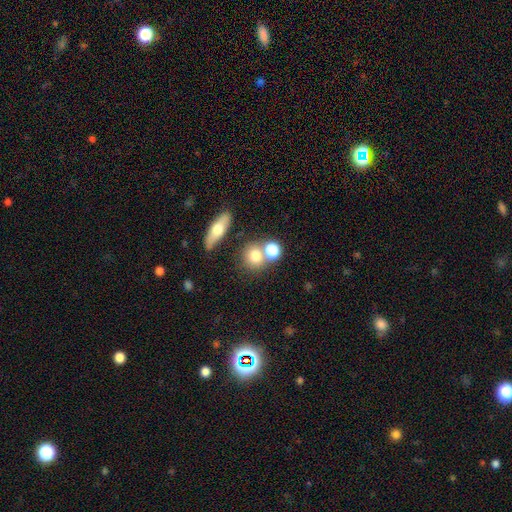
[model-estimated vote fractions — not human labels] Smooth or featured? Predicted: smooth (p=0.74). How rounded? Predicted: round (p=0.75). Merging? Predicted: none (p=0.55).